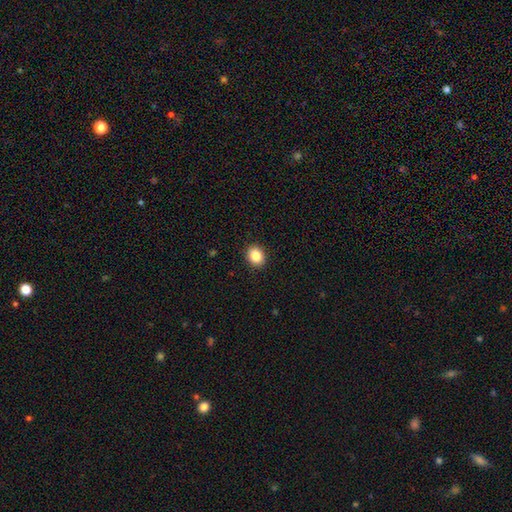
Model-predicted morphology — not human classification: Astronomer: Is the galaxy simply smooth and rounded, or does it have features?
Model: smooth — 86%.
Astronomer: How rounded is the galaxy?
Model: round — 58% (runner-up: in between, 41%).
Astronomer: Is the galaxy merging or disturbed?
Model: none — 91%.